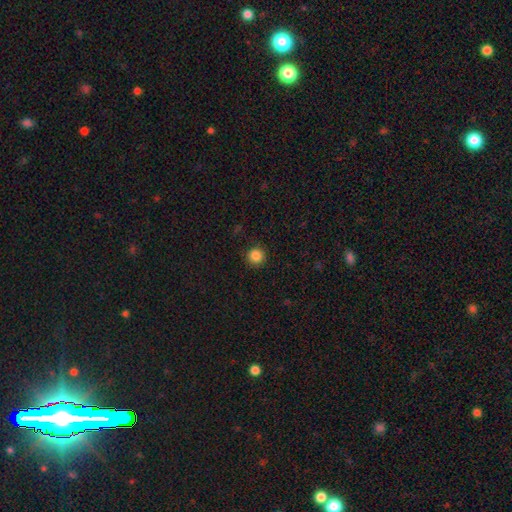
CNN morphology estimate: This appears to be a smooth galaxy with no disk features (86%) that is round (95%). Merging: none (92%).